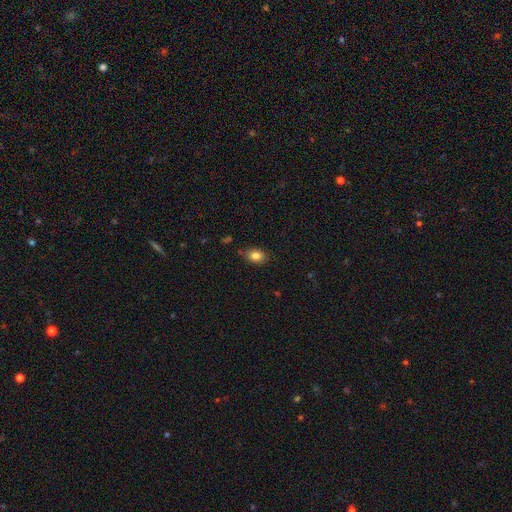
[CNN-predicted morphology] A smooth galaxy with no disk features (84%) that is in between round and cigar-shaped (80%).

Vote fractions:
- Smooth or featured? smooth: 84% / star or artifact: 9% / featured or disk: 7%
- How rounded? in between: 80% / round: 19% / cigar-shaped: 1%
- Merging? none: 83% / minor disturbance: 12% / major disturbance: 3% / merger: 2%